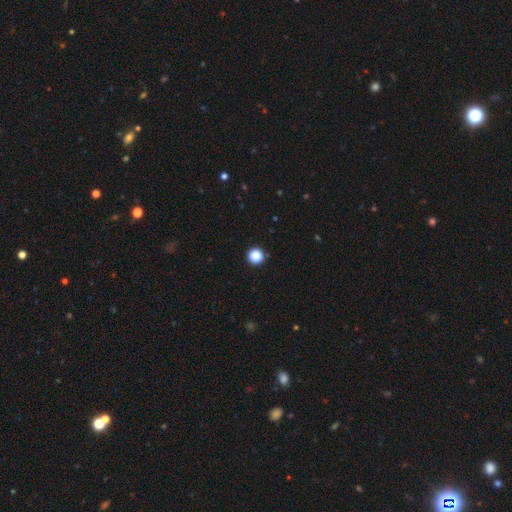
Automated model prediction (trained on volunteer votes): smooth_or_featured: smooth (p=0.88) [alt: star or artifact p=0.10]
how_rounded: round (p=0.96) [alt: in between p=0.03]
merging: none (p=0.93) [alt: minor disturbance p=0.05]